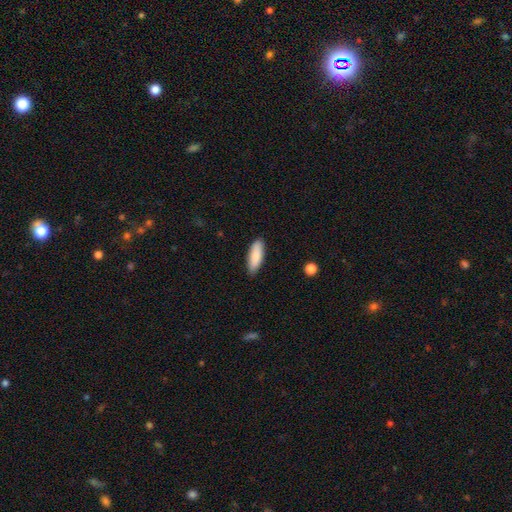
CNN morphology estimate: Smooth or featured? smooth (86%)
How rounded? in between (61%)
Merging? none (86%)